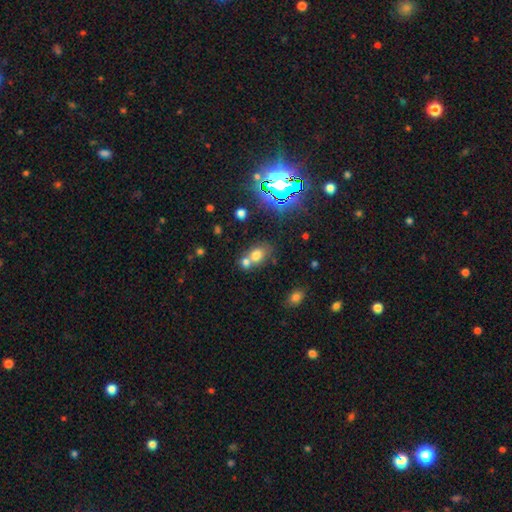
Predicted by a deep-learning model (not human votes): The model was most divided on "how rounded": in between: 55%, round: 43%, cigar-shaped: 2%. More confident: smooth or featured — smooth (69%); merging — merger (51%).